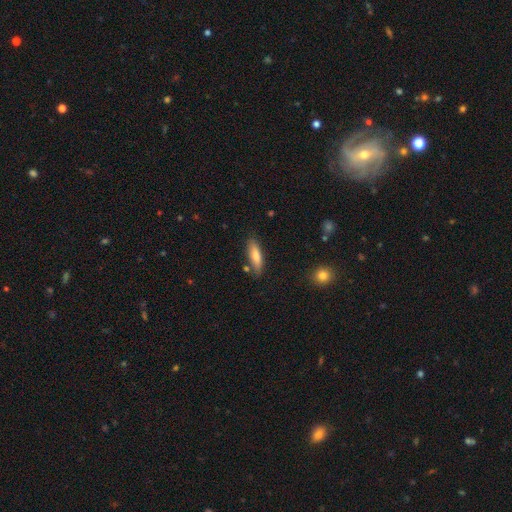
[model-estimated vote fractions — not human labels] Q: Smooth or featured?
A: smooth (74%); runner-up: featured or disk (20%)
Q: How rounded?
A: cigar-shaped (54%); runner-up: in between (44%)
Q: Merging?
A: none (79%); runner-up: minor disturbance (14%)